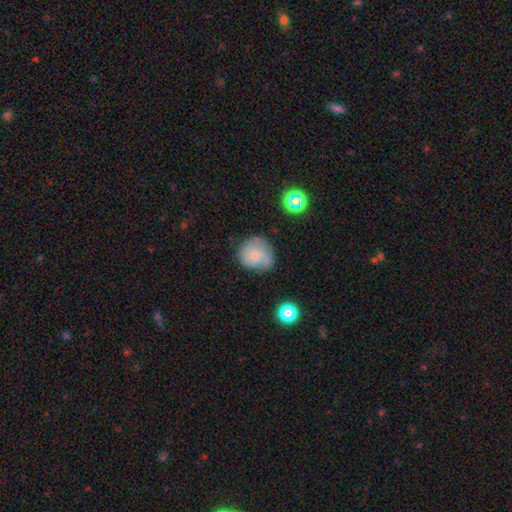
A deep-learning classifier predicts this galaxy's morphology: smooth_or_featured: smooth (p=0.49) [alt: featured or disk p=0.42]
merging: none (p=0.62) [alt: minor disturbance p=0.25]